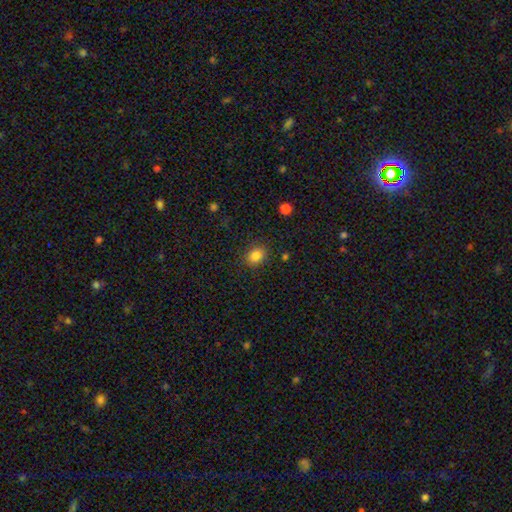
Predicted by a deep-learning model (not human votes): Smooth or featured?
  - smooth: 84% *
  - star or artifact: 11%
  - featured or disk: 6%
How rounded?
  - round: 55% *
  - in between: 45%
  - cigar-shaped: 1%
Merging?
  - none: 87% *
  - minor disturbance: 9%
  - major disturbance: 3%
  - merger: 1%